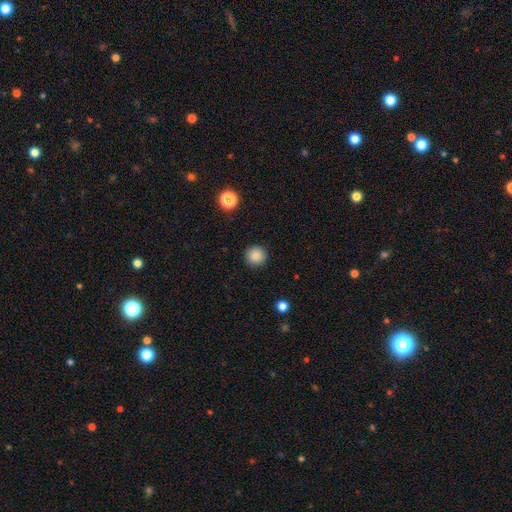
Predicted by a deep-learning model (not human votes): Overall: smooth (86%). How rounded: round (95%). Merging: none (92%).